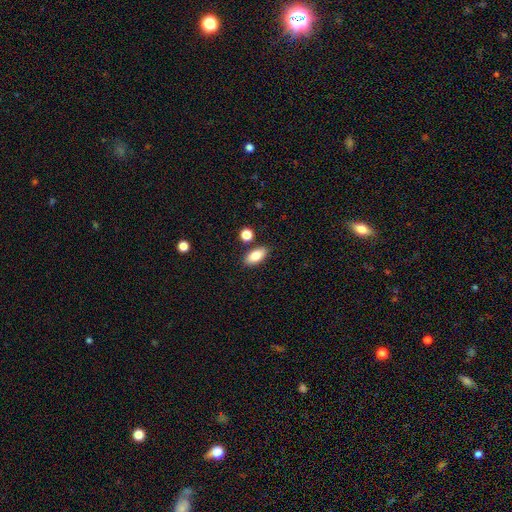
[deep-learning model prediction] A smooth galaxy with no disk features (82%) that is in between round and cigar-shaped (87%). Merging: none (83%).